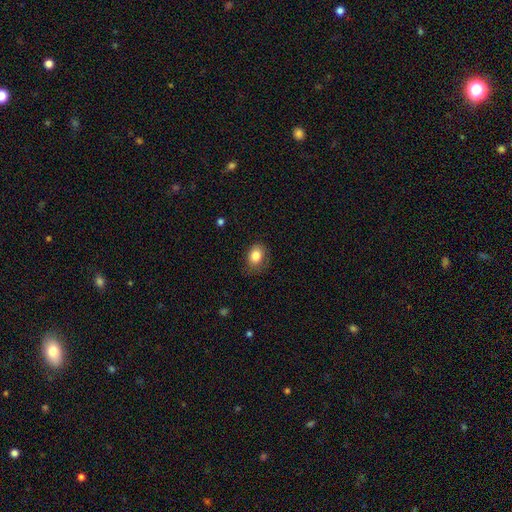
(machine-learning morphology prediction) smooth 83%, star or artifact 9%, featured or disk 8%. Down the decision tree: how rounded — in between (62%); merging — none (70%).